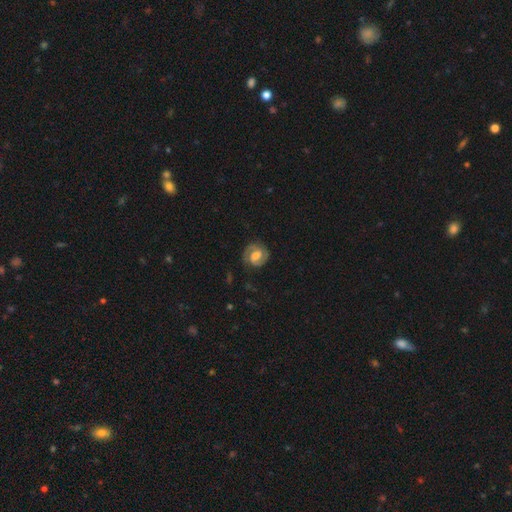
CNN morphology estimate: smooth_or_featured: featured or disk (p=0.79) [alt: smooth p=0.16]
disk_edge_on: no (p=0.98) [alt: yes p=0.02]
bar: weak (p=0.50) [alt: no p=0.29]
has_spiral_arms: yes (p=0.94) [alt: no p=0.06]
spiral_winding: tight (p=0.46) [alt: medium p=0.44]
spiral_arm_count: 2 (p=0.90) [alt: can't tell p=0.04]
bulge_size: moderate (p=0.62) [alt: small p=0.17]
merging: none (p=0.83) [alt: minor disturbance p=0.12]